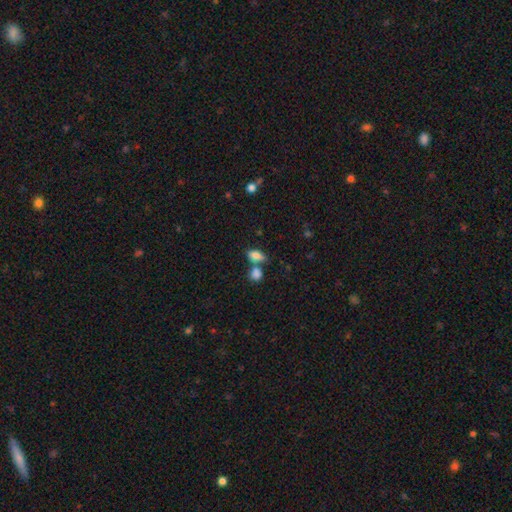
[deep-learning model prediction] Overall: smooth (80%). How rounded: in between (83%). Merging: none (51%; merger 32%).